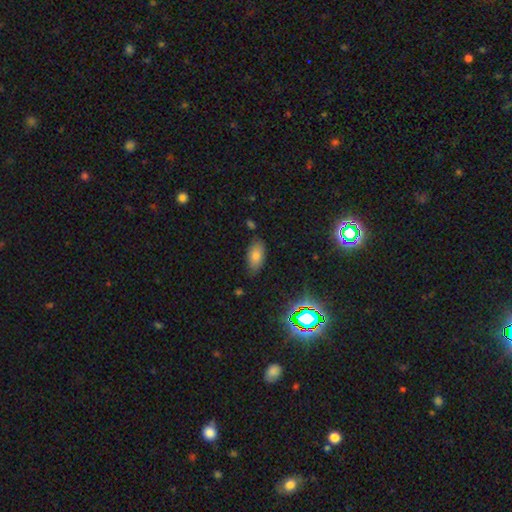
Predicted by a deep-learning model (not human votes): The model was most divided on "smooth or featured": smooth: 76%, star or artifact: 13%, featured or disk: 11%. More confident: how rounded — in between (92%); merging — none (79%).